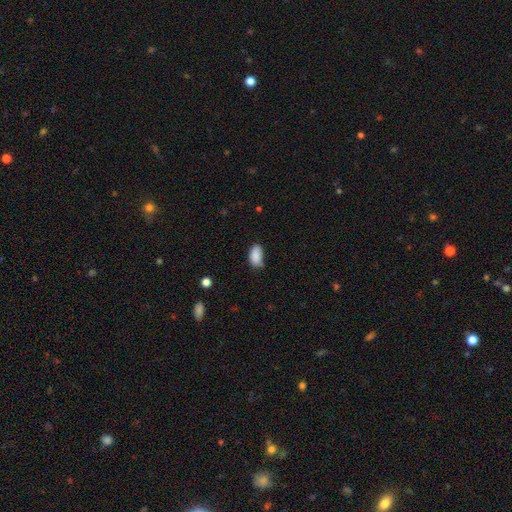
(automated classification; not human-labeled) The model was most divided on "merging": none: 62%, minor disturbance: 29%, major disturbance: 5%, merger: 3%. More confident: how rounded — in between (93%); smooth or featured — smooth (87%).